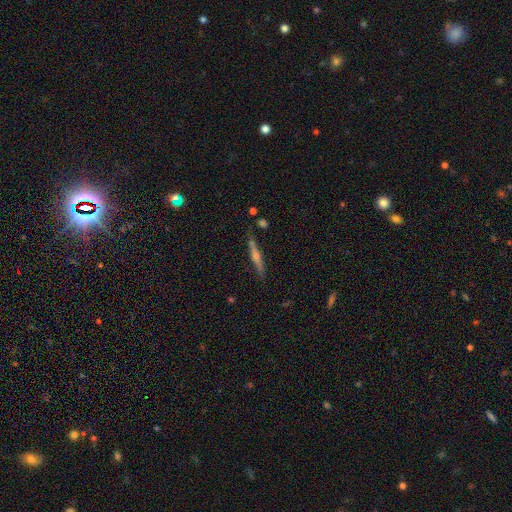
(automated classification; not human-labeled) The model was most divided on "smooth or featured": featured or disk: 69%, smooth: 23%, star or artifact: 8%. More confident: edge-on disk — yes (97%); merging — none (85%); edge-on bulge — rounded (77%).